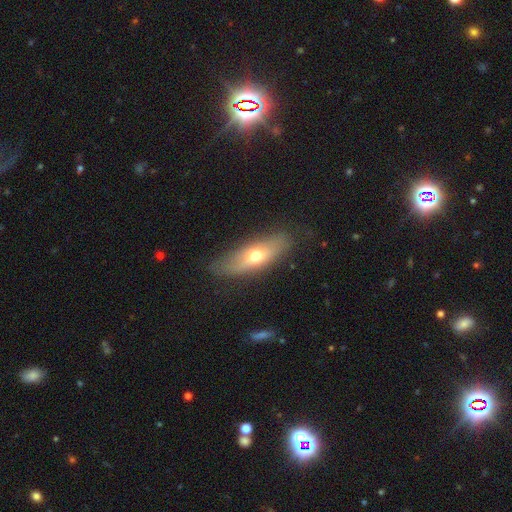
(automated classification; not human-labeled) Smooth or featured: smooth — 54% (featured or disk — 38%)
How rounded: in between — 57% (cigar-shaped — 39%)
Merging: none — 80% (minor disturbance — 14%)